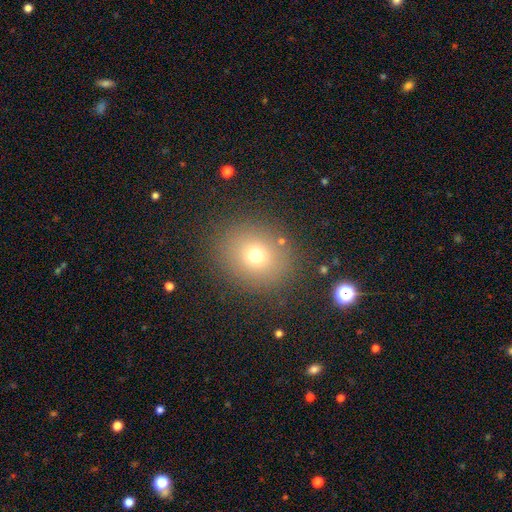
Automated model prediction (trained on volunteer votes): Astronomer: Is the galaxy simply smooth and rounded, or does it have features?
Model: smooth — 69%.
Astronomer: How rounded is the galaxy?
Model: round — 76%.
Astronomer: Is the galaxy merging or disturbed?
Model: none — 85%.